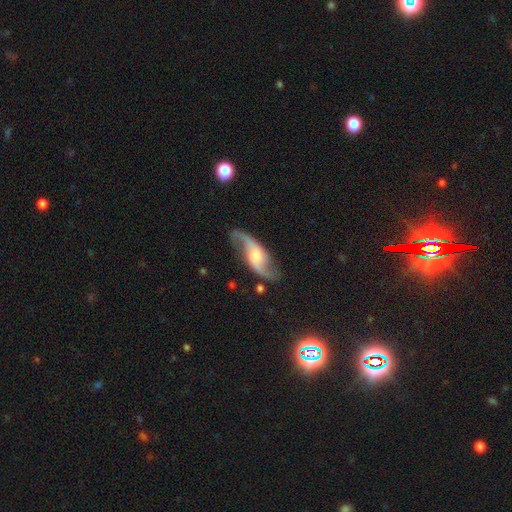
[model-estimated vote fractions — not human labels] Smooth or featured? Predicted: featured or disk (p=0.86). Edge-on disk? Predicted: no (p=0.93). Bar? Predicted: no (p=0.51). Spiral arms? Predicted: yes (p=0.96). Spiral winding? Predicted: loose (p=0.76). Spiral arm count? Predicted: 2 (p=0.93). Bulge size? Predicted: moderate (p=0.43). Merging? Predicted: none (p=0.78).